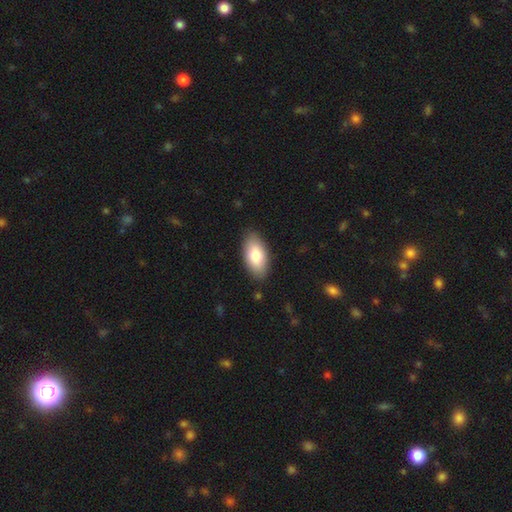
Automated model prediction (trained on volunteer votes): Smooth or featured: smooth — 79% (featured or disk — 15%)
How rounded: in between — 93% (cigar-shaped — 4%)
Merging: none — 87% (minor disturbance — 10%)